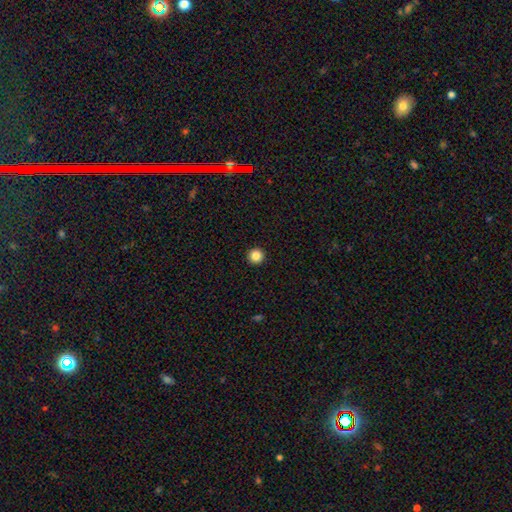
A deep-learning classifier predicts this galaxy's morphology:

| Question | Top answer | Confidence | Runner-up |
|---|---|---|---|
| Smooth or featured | smooth | 85% | star or artifact (11%) |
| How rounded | round | 96% | in between (3%) |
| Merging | none | 94% | minor disturbance (4%) |